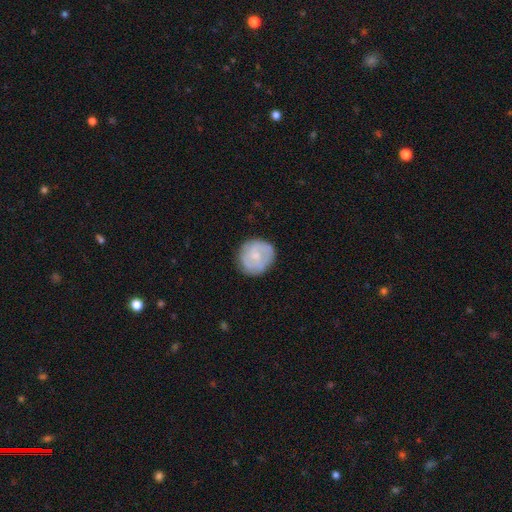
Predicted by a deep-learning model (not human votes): Smooth or featured?
  - smooth: 58% *
  - featured or disk: 36%
  - star or artifact: 6%
How rounded?
  - round: 90% *
  - in between: 9%
  - cigar-shaped: 1%
Merging?
  - none: 79% *
  - minor disturbance: 15%
  - major disturbance: 4%
  - merger: 1%